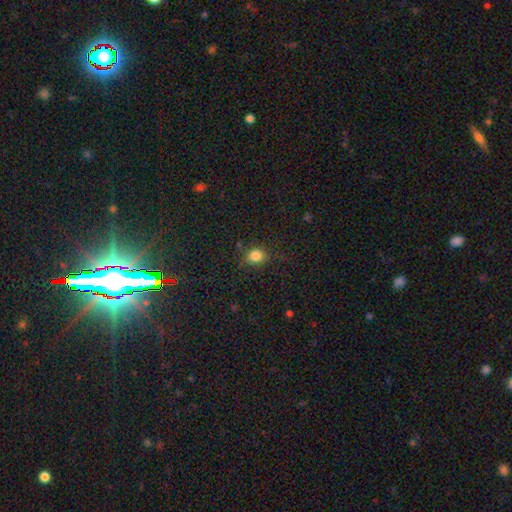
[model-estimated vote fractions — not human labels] Morphology: type=smooth (83%); roundness=round (67%); merging=none (79%).